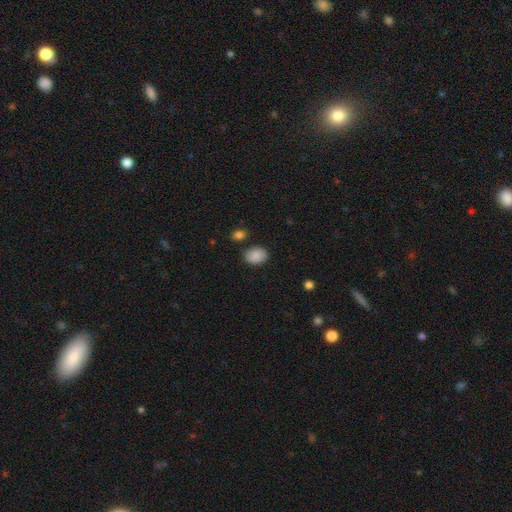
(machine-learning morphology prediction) Smooth or featured? smooth (89%)
How rounded? in between (71%)
Merging? none (83%)